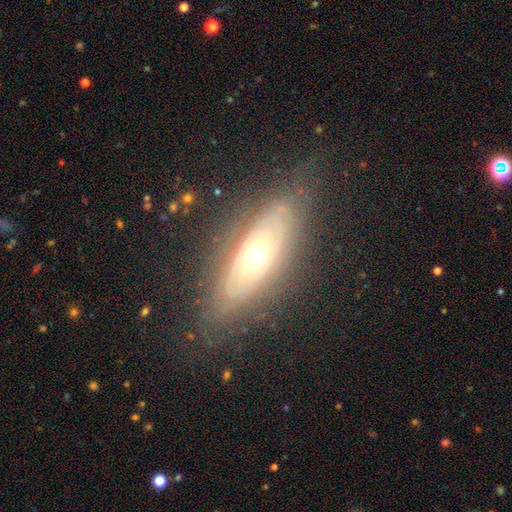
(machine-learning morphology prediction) smooth-or-featured: featured or disk: 63% | smooth: 29% | star or artifact: 8%
  disk-edge-on: no: 67% | yes: 33%
  merging: none: 77% | minor disturbance: 16% | major disturbance: 6% | merger: 1%